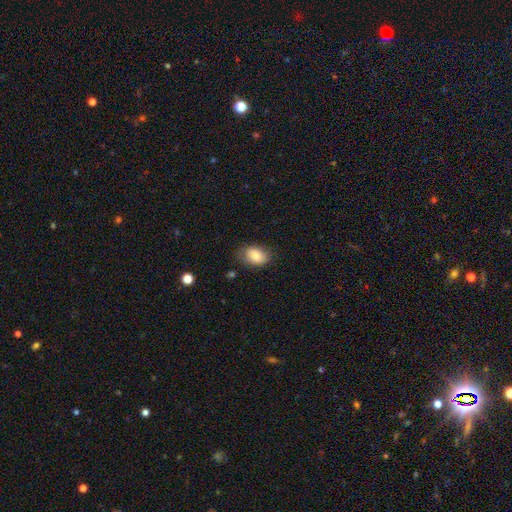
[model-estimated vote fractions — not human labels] Smooth or featured?
  - smooth: 79% *
  - featured or disk: 13%
  - star or artifact: 8%
How rounded?
  - in between: 82% *
  - round: 17%
  - cigar-shaped: 1%
Merging?
  - none: 74% *
  - minor disturbance: 19%
  - major disturbance: 5%
  - merger: 1%